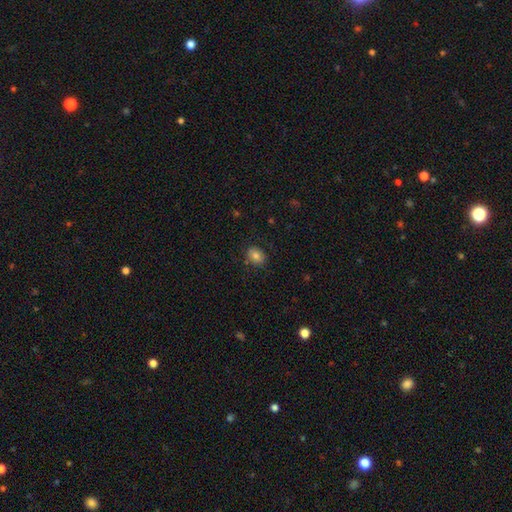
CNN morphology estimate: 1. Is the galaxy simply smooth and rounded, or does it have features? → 80% smooth, 10% featured or disk, 10% star or artifact.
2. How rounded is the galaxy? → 61% in between, 38% round, 1% cigar-shaped.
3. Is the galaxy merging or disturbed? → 85% none, 11% minor disturbance, 3% major disturbance, 1% merger.